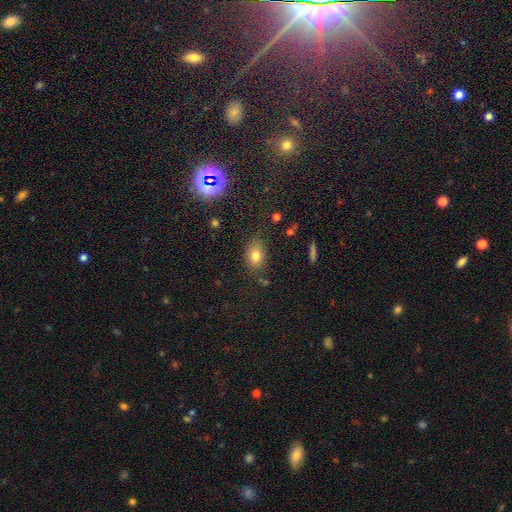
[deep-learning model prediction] Smooth or featured? smooth (76%)
How rounded? in between (73%)
Merging? none (78%)